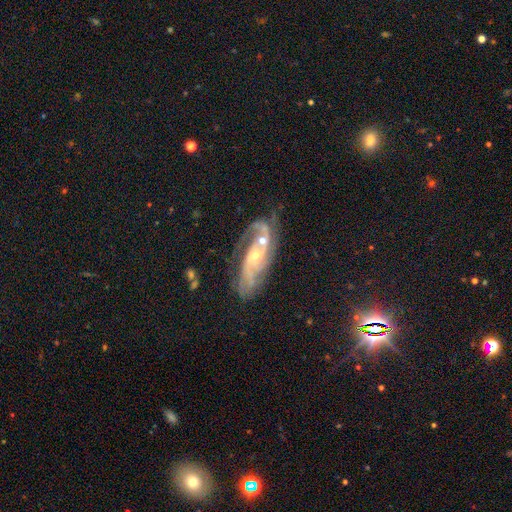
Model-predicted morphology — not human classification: This is clearly a featured or disk galaxy (82%). It is clearly not viewed edge-on (92%). Bar: likely no (63%). Spiral arm pattern: clearly yes (95%). Spiral arm count: marginally 2 (43%). Spiral winding: marginally medium (43%). Central bulge: likely small (65%). Merging: possibly none (54%).